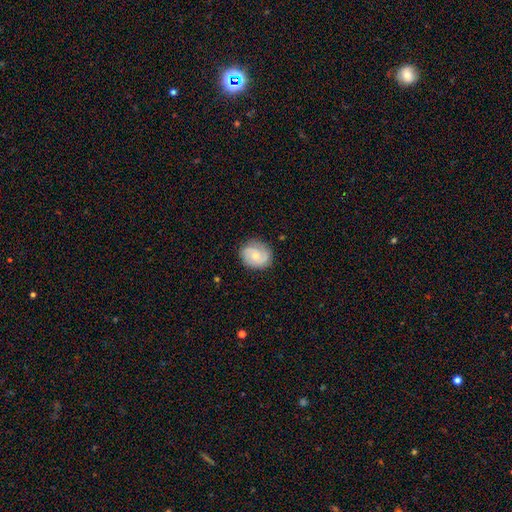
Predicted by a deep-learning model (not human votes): This appears to be a featured or disk galaxy (59%) with no bar (68%), 2 (70%) tight (45%) spiral arms (89%) and a small central bulge (56%). Merging: none (81%).